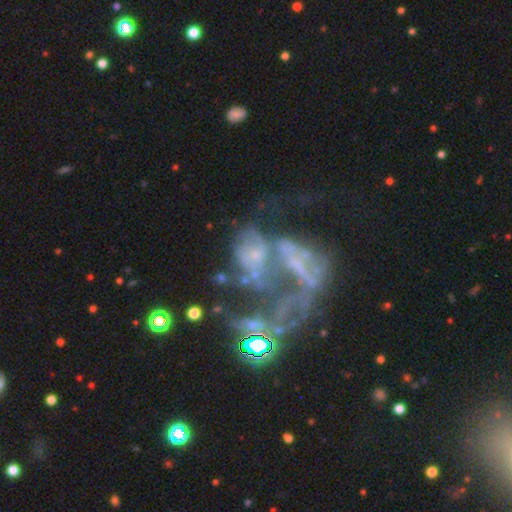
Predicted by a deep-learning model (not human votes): The model was most divided on "merging": merger: 53%, major disturbance: 26%, none: 13%, minor disturbance: 7%. More confident: edge-on disk — no (96%); bar — no (80%); spiral arms — no (74%); bulge size — none (56%); smooth or featured — featured or disk (54%).